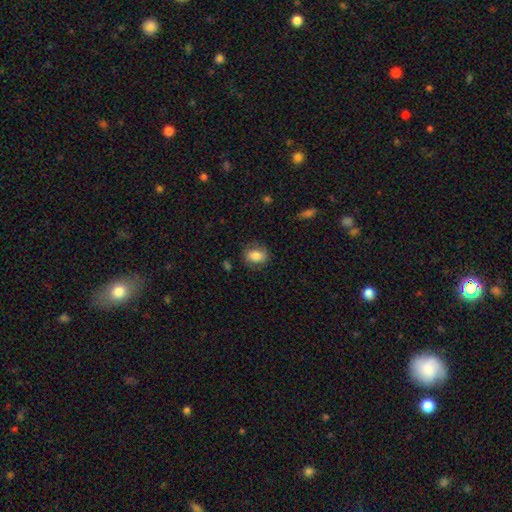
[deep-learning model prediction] This is likely a smooth galaxy (80%). How rounded: likely in between (66%). Merging: likely none (78%).